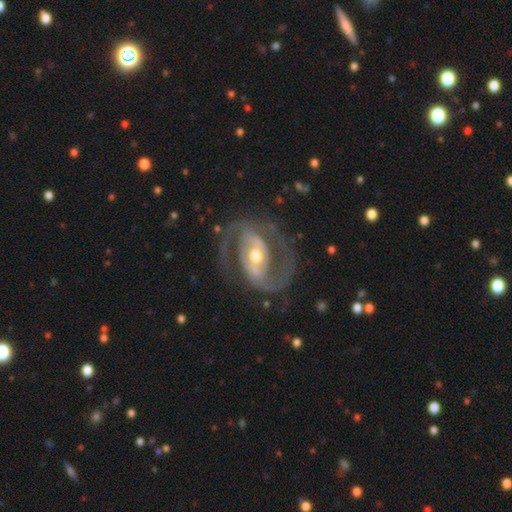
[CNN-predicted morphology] This appears to be a featured or disk galaxy (89%) with a strong bar (49%), 2 (89%) medium (55%) spiral arms (96%) and a small central bulge (51%). Merging: none (76%).